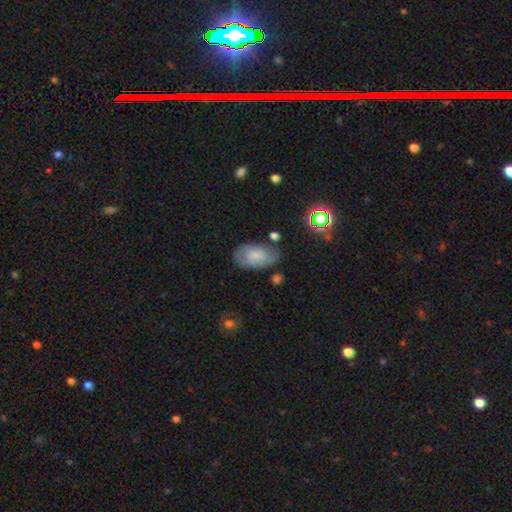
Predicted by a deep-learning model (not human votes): smooth_or_featured: smooth (p=0.62) [alt: featured or disk p=0.30]
how_rounded: in between (p=0.91) [alt: round p=0.07]
merging: none (p=0.66) [alt: minor disturbance p=0.23]